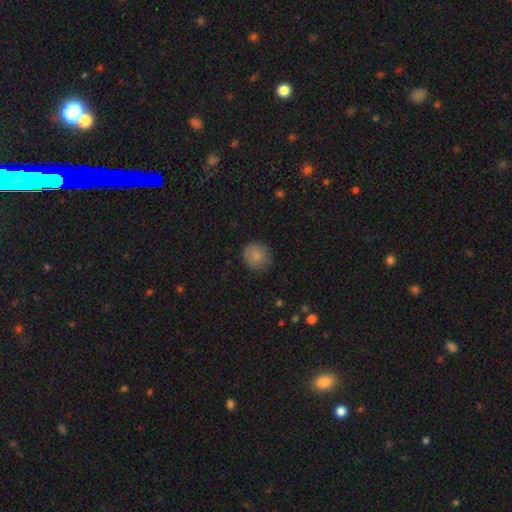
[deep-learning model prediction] Smooth or featured: smooth — 84% (star or artifact — 9%)
How rounded: round — 85% (in between — 14%)
Merging: none — 81% (minor disturbance — 15%)